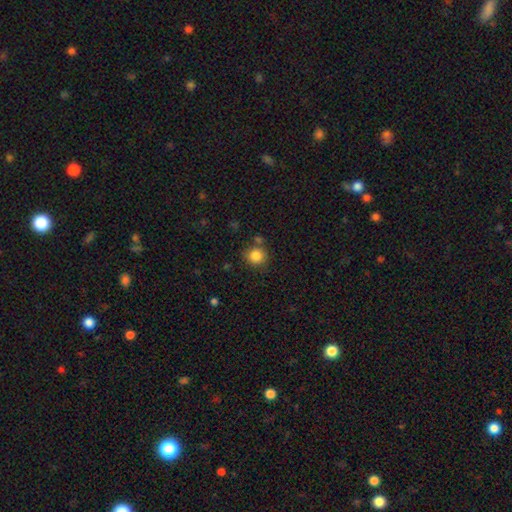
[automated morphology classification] The model was most divided on "merging": none: 77%, minor disturbance: 11%, merger: 9%, major disturbance: 4%. More confident: how rounded — round (90%); smooth or featured — smooth (85%).